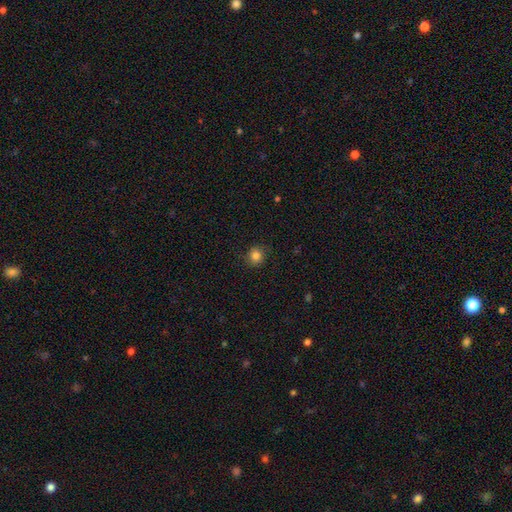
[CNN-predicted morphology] type=smooth (83%); roundness=round (90%); merging=none (87%).